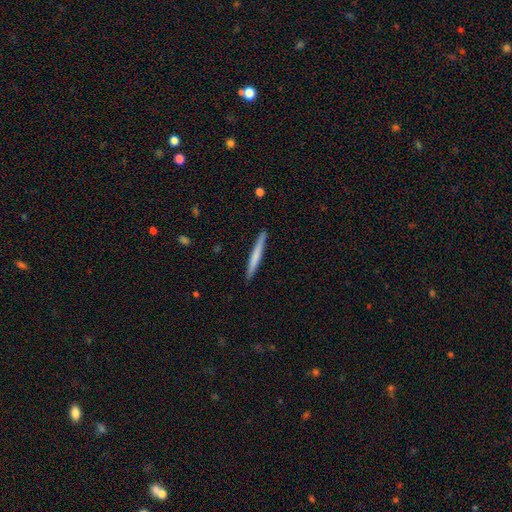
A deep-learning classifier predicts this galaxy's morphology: type=smooth (63%); roundness=cigar-shaped (97%); merging=none (91%).